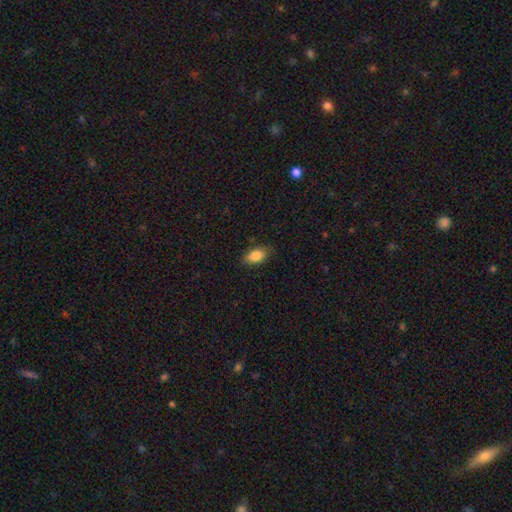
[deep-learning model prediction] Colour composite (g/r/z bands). It shows a smooth galaxy with no disk features (84%) that is in between round and cigar-shaped (89%). Merging: none (81%).